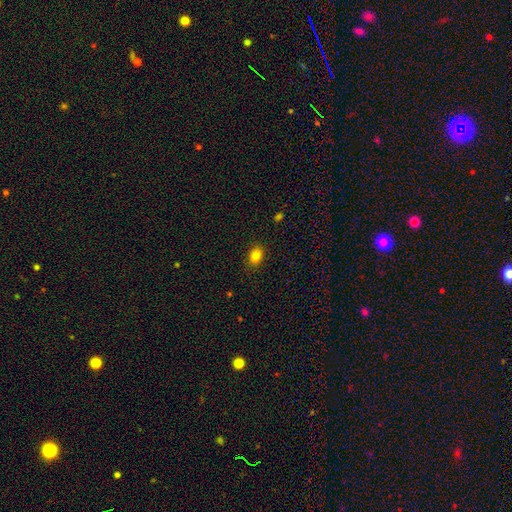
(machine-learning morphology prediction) smooth 84%, star or artifact 11%, featured or disk 6%. Down the decision tree: how rounded — in between (76%); merging — none (88%).